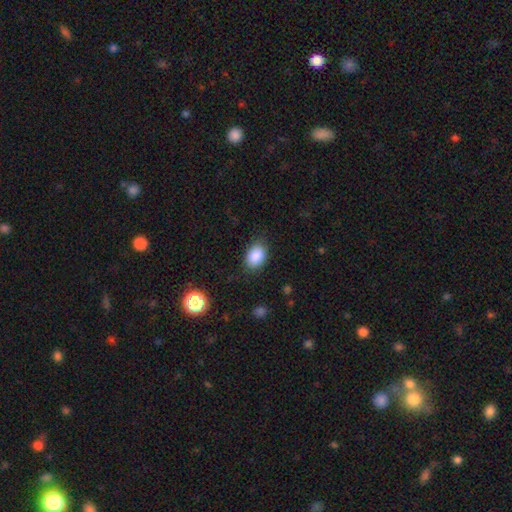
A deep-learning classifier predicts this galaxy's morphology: This is clearly a smooth galaxy (88%). How rounded: clearly in between (83%). Merging: clearly none (82%).